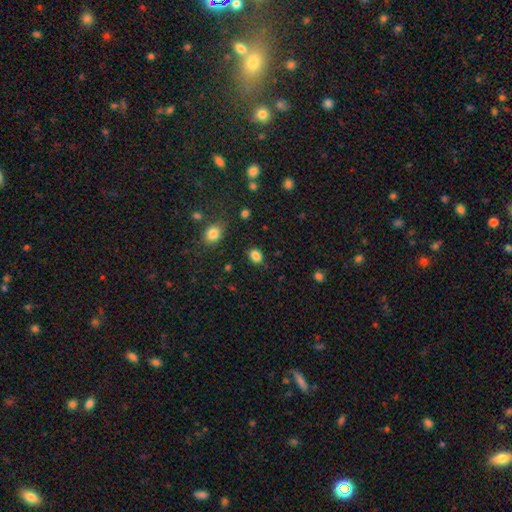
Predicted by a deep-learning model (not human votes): This appears to be a smooth galaxy with no disk features (85%) that is in between round and cigar-shaped (63%). Merging: none (82%).